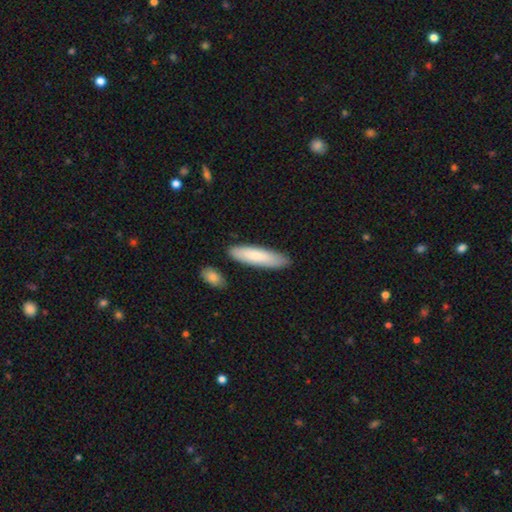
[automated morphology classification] smooth 79%, featured or disk 15%, star or artifact 5%. Down the decision tree: how rounded — cigar-shaped (73%); merging — none (85%).